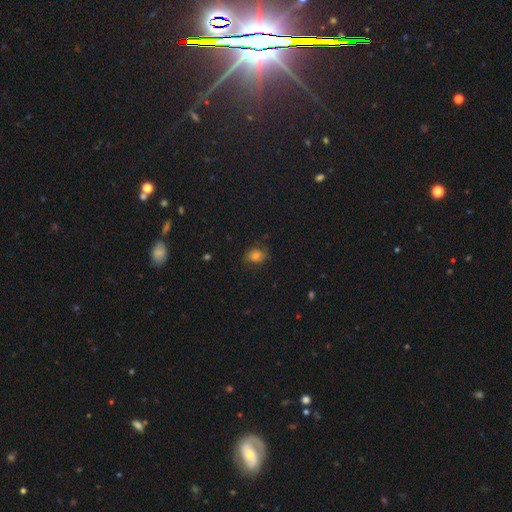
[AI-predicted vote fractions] Morphology: type=smooth (70%); roundness=round (53%); merging=none (72%).